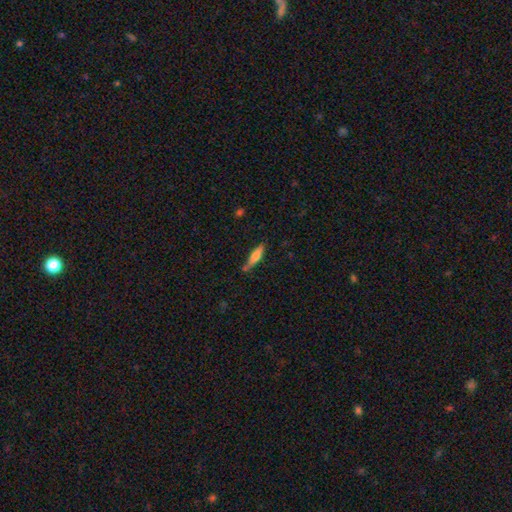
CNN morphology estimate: type=smooth (62%); roundness=cigar-shaped (74%); merging=none (66%).